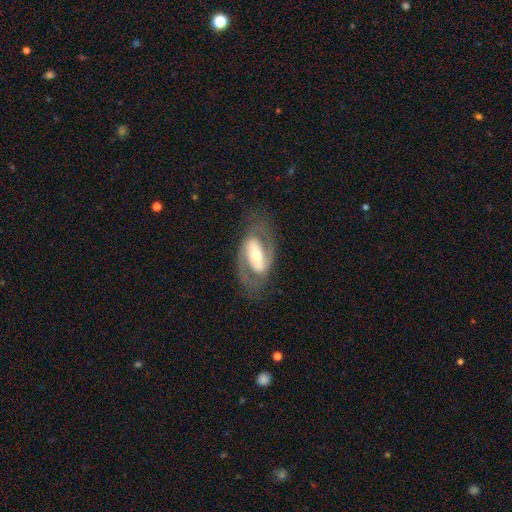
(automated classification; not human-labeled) This is clearly a featured or disk galaxy (81%). It is clearly not viewed edge-on (93%). Bar: possibly strong (50%). Spiral arm pattern: likely yes (80%). Spiral arm count: clearly 2 (86%). Spiral winding: possibly medium (51%). Central bulge: likely moderate (62%). Merging: likely none (72%).